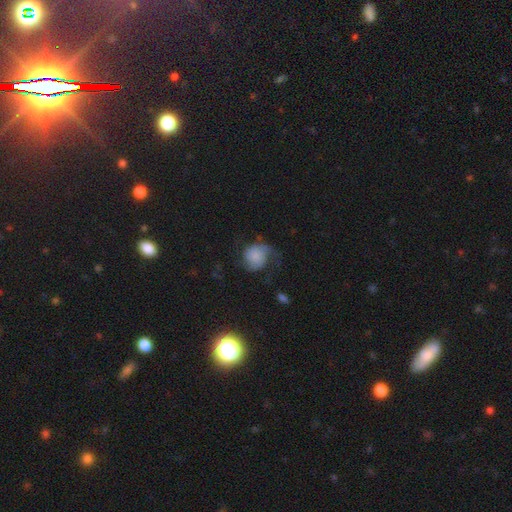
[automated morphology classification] A featured or disk galaxy (48%).

Vote fractions:
- Smooth or featured? featured or disk: 48% / smooth: 43% / star or artifact: 9%
- Merging? none: 46% / major disturbance: 28% / minor disturbance: 24% / merger: 2%